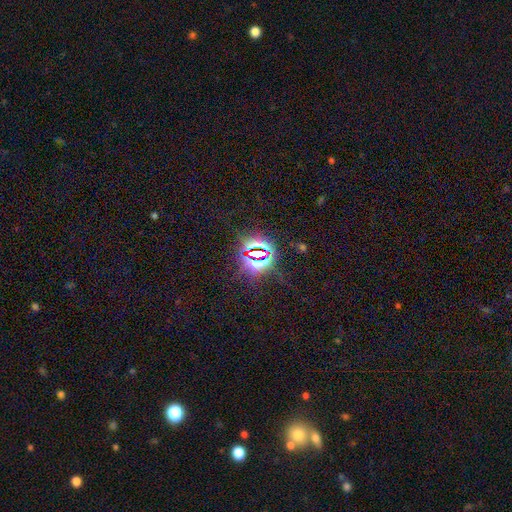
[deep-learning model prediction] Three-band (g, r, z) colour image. It shows a star or artifact, not a galaxy (81%).